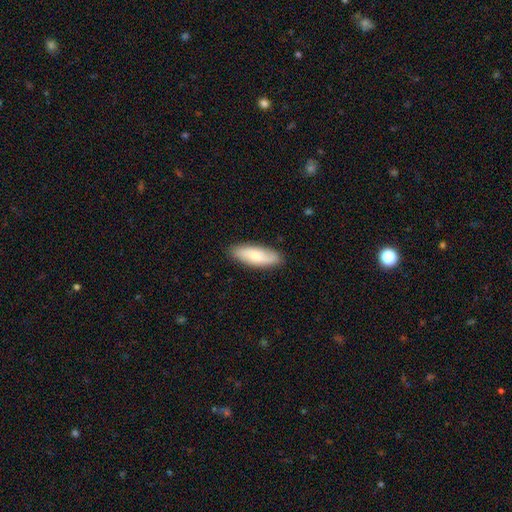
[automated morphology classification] The model was most divided on "how rounded": in between: 68%, cigar-shaped: 30%, round: 2%. More confident: merging — none (87%); smooth or featured — smooth (69%).